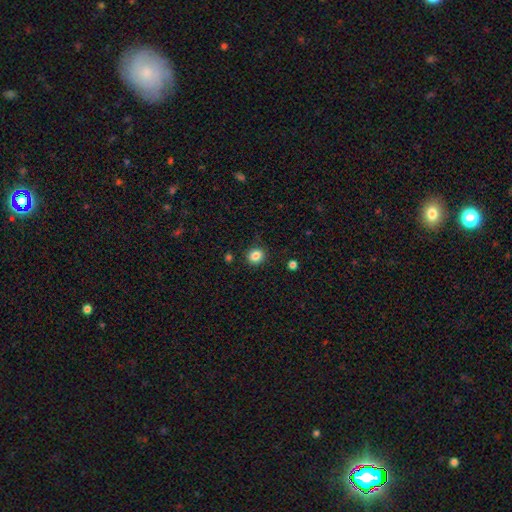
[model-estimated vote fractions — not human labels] smooth_or_featured: smooth (p=0.84) [alt: star or artifact p=0.11]
how_rounded: round (p=0.81) [alt: in between p=0.18]
merging: none (p=0.88) [alt: minor disturbance p=0.08]